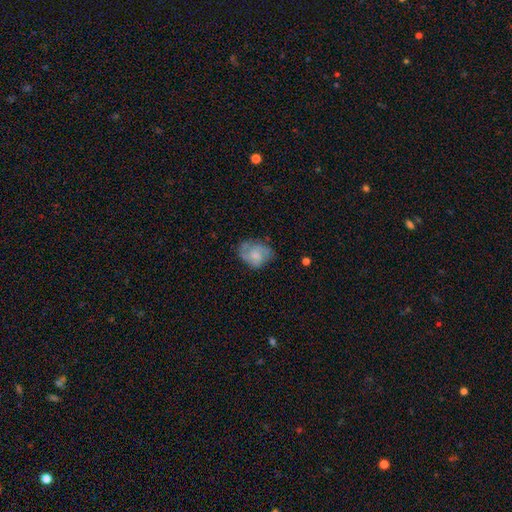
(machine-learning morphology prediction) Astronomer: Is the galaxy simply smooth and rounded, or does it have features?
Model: featured or disk — 50% (runner-up: smooth, 42%).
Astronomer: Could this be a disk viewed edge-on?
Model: no — 97%.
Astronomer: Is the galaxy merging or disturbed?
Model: none — 55%.